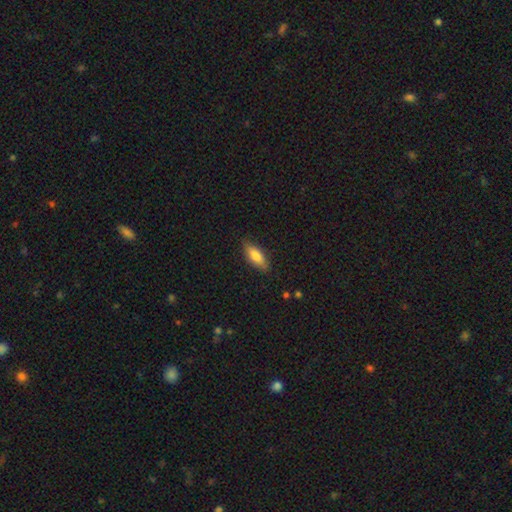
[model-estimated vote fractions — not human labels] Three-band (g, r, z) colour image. It shows a smooth galaxy with no disk features (76%) that is in between round and cigar-shaped (69%). Merging: none (83%).